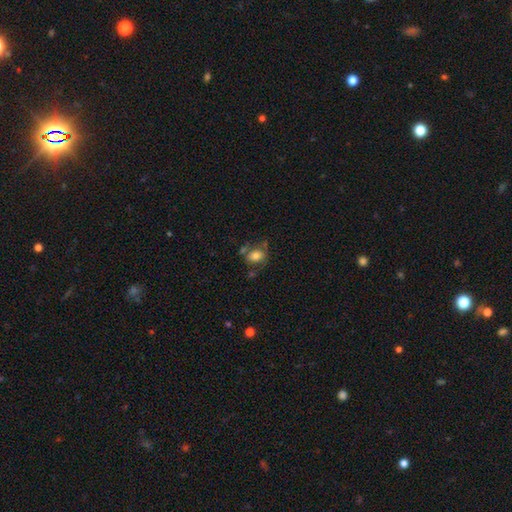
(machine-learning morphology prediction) A smooth galaxy with no disk features (71%) that is in between round and cigar-shaped (65%).

Vote fractions:
- Smooth or featured? smooth: 71% / featured or disk: 19% / star or artifact: 9%
- How rounded? in between: 65% / round: 33% / cigar-shaped: 1%
- Merging? none: 50% / minor disturbance: 22% / merger: 16% / major disturbance: 12%